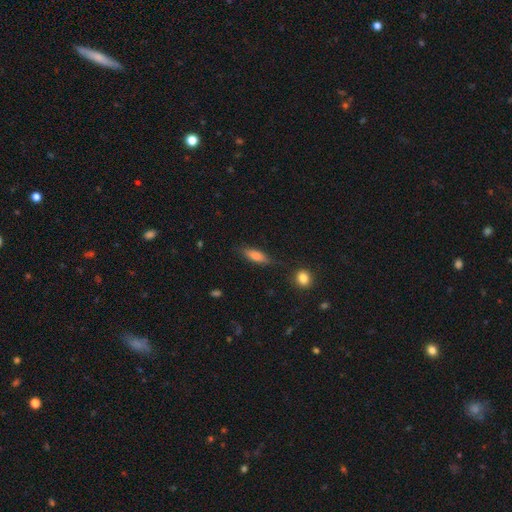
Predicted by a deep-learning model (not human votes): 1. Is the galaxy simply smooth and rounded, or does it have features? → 73% smooth, 18% featured or disk, 9% star or artifact.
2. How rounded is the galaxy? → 50% in between, 47% cigar-shaped, 3% round.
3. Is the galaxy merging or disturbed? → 81% none, 14% minor disturbance, 3% major disturbance, 2% merger.